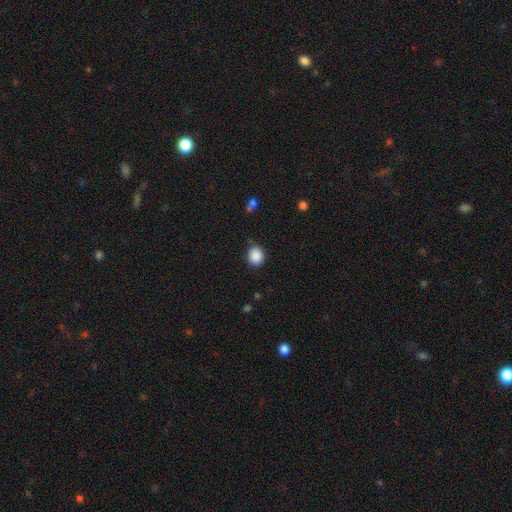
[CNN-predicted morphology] This is clearly a smooth galaxy (88%). How rounded: likely round (78%). Merging: clearly none (82%).